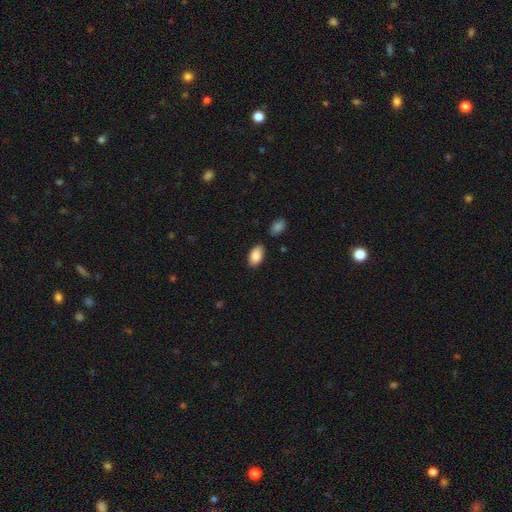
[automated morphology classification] A smooth galaxy with no disk features (87%) that is in between round and cigar-shaped (94%). Merging: none (80%).